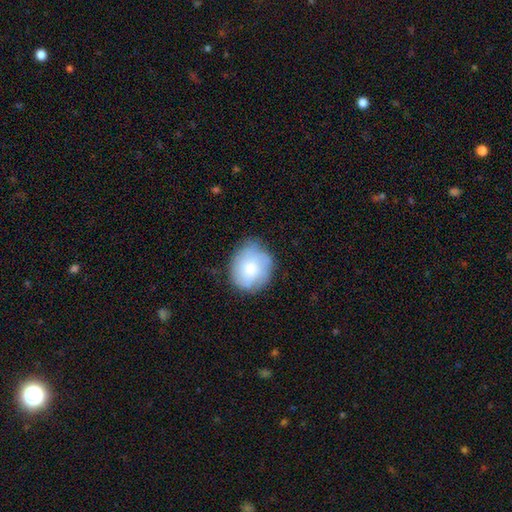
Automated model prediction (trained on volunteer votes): Smooth or featured: smooth — 65% (featured or disk — 27%)
How rounded: round — 67% (in between — 32%)
Merging: none — 70% (minor disturbance — 23%)